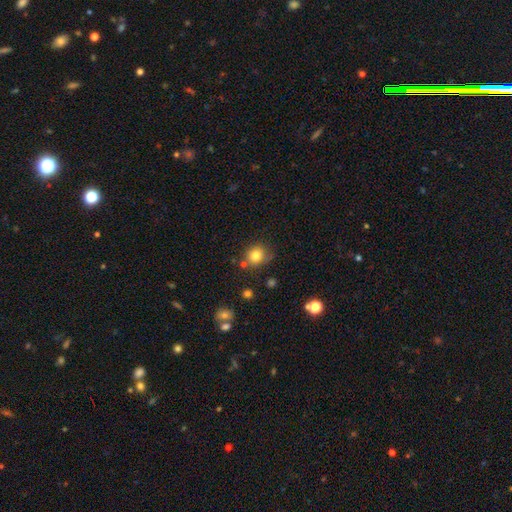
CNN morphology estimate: smooth 81%, star or artifact 12%, featured or disk 7%. Down the decision tree: how rounded — round (80%); merging — none (72%).